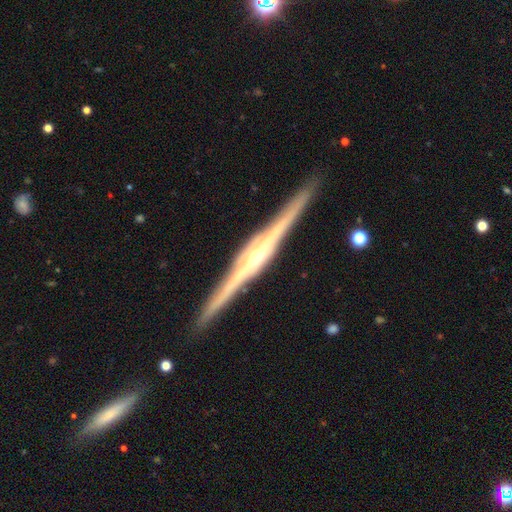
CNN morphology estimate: Q: Smooth or featured?
A: featured or disk (90%); runner-up: smooth (5%)
Q: Edge-on disk?
A: yes (99%); runner-up: no (1%)
Q: Edge-on bulge?
A: rounded (62%); runner-up: boxy (30%)
Q: Merging?
A: none (91%); runner-up: minor disturbance (6%)